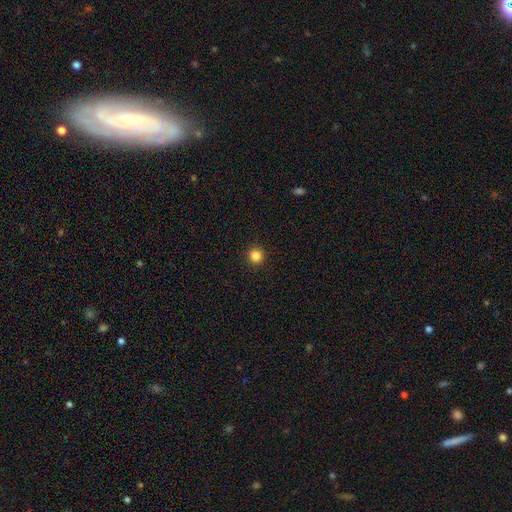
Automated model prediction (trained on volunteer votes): smooth_or_featured: smooth (p=0.85) [alt: star or artifact p=0.12]
how_rounded: round (p=0.94) [alt: in between p=0.05]
merging: none (p=0.93) [alt: minor disturbance p=0.04]